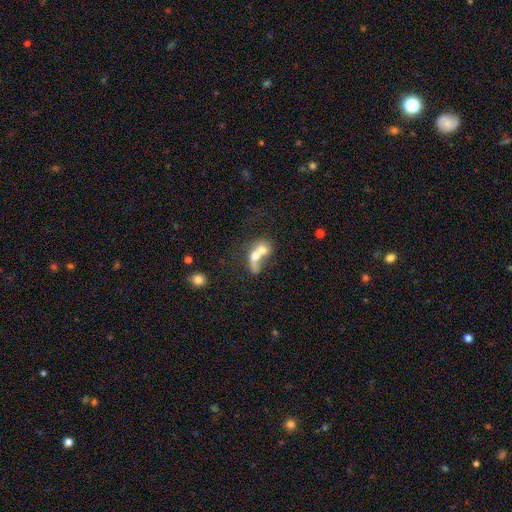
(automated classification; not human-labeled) A smooth galaxy with no disk features (58%) that is in between round and cigar-shaped (53%).

Vote fractions:
- Smooth or featured? smooth: 58% / featured or disk: 33% / star or artifact: 10%
- How rounded? in between: 53% / round: 42% / cigar-shaped: 5%
- Merging? merger: 77% / none: 10% / major disturbance: 8% / minor disturbance: 5%